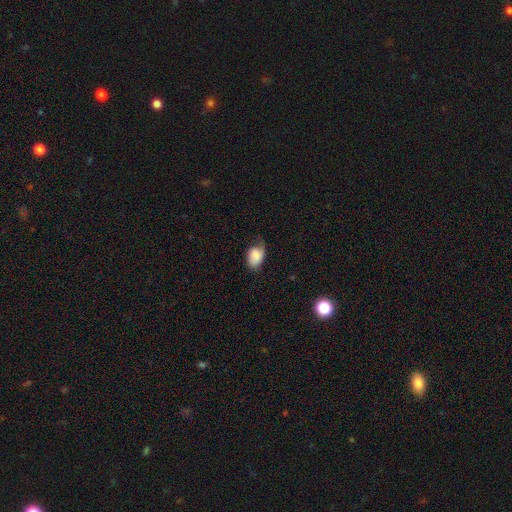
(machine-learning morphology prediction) The model was most divided on "merging" (2-way tie): minor disturbance: 39%, none: 39%, major disturbance: 20%, merger: 2%. More confident: how rounded — in between (85%); smooth or featured — smooth (78%).